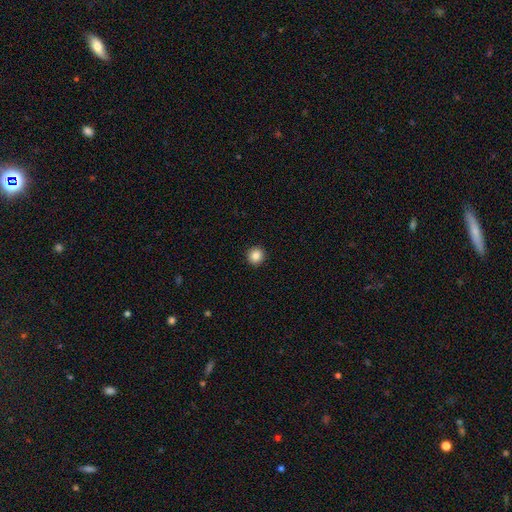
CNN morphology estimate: type=smooth (86%); roundness=round (93%); merging=none (93%).